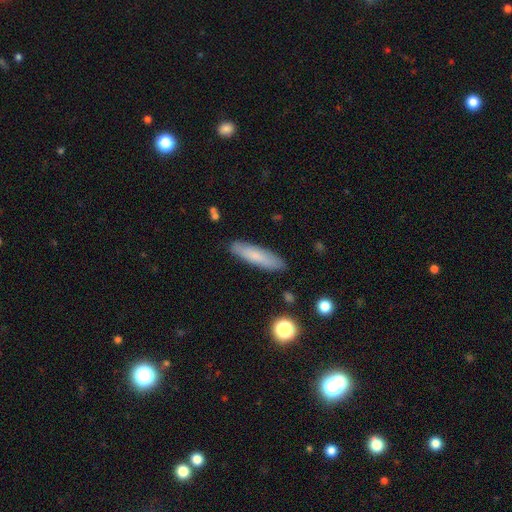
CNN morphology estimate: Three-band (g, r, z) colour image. It shows a smooth galaxy with no disk features (76%) that is cigar-shaped (75%). Merging: none (87%).